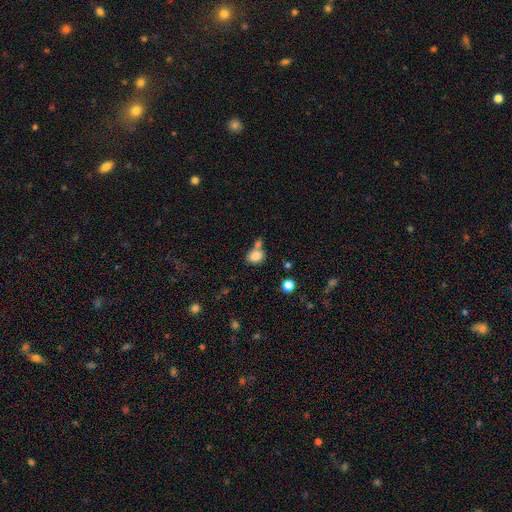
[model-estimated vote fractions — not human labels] Morphology: type=smooth (83%); roundness=in between (56%); merging=none (48%).